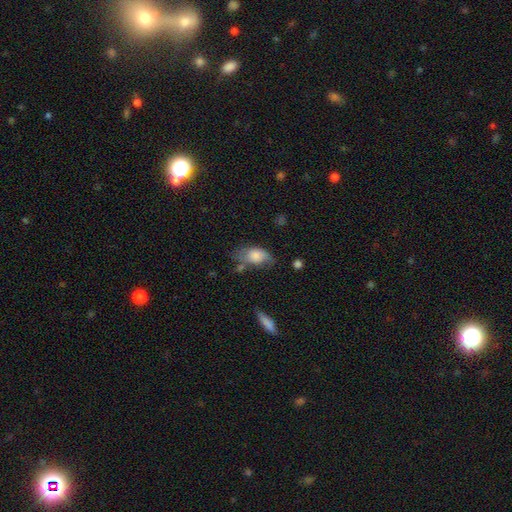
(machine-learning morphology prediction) This appears to be a smooth galaxy with no disk features (75%) that is in between round and cigar-shaped (88%). Merging: none (39%).